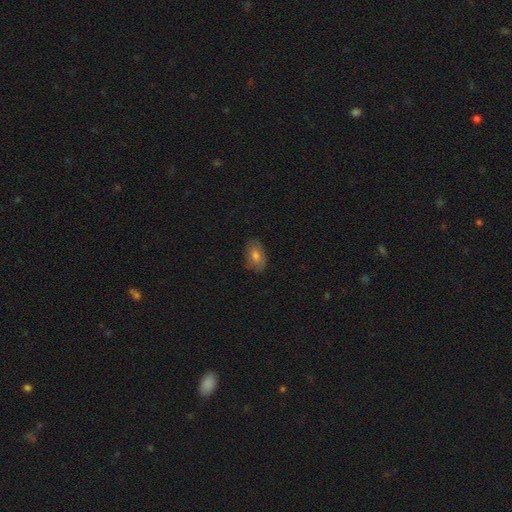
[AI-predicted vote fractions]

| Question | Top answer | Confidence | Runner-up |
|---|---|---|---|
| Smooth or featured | smooth | 73% | featured or disk (19%) |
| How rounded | in between | 87% | round (11%) |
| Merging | none | 78% | minor disturbance (17%) |